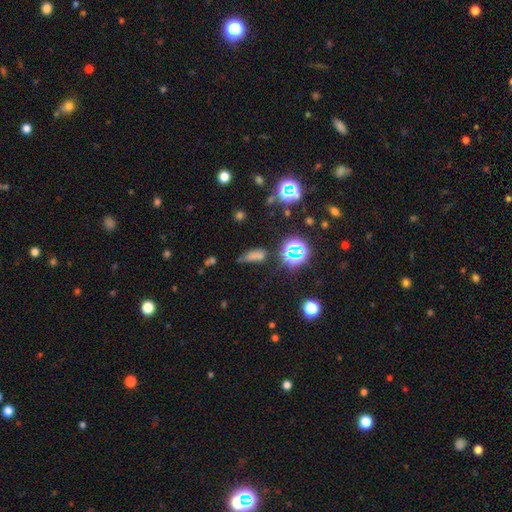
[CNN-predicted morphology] smooth 58%, star or artifact 31%, featured or disk 11%. Down the decision tree: how rounded — in between (59%); merging — none (46%).